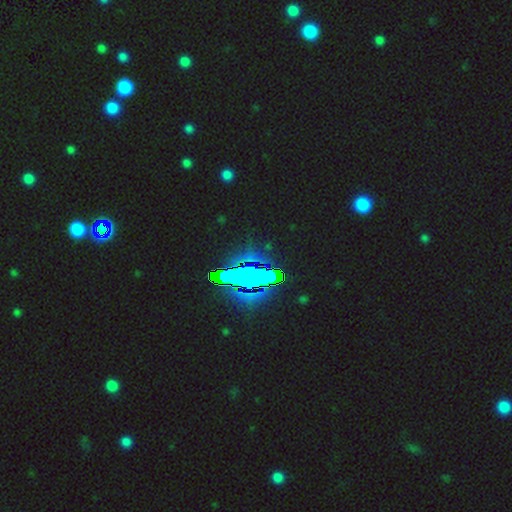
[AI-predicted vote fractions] This appears to be a star or artifact, not a galaxy (82%).